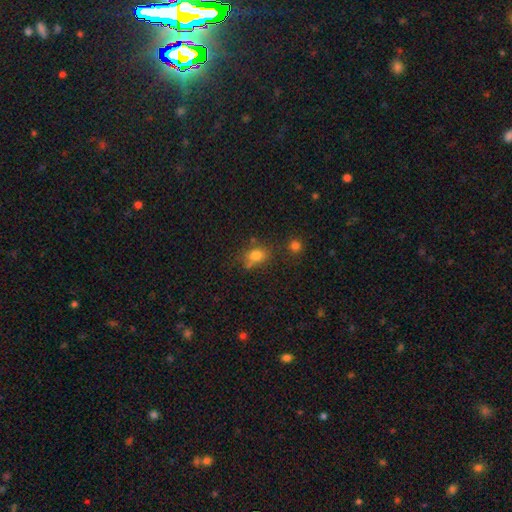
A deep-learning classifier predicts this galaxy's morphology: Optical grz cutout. It shows a smooth galaxy with no disk features (77%) that is in between round and cigar-shaped (56%). Merging: none (57%).